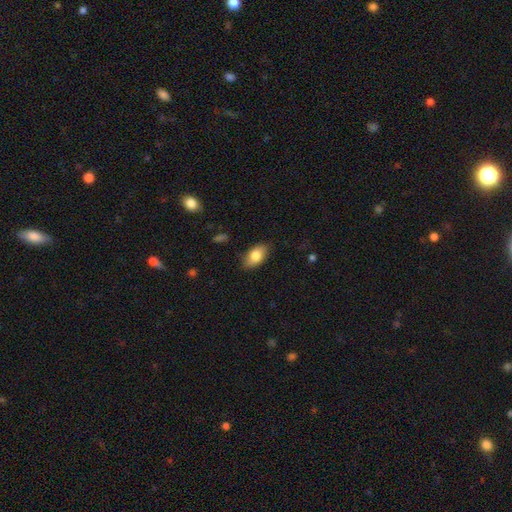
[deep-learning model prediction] Smooth or featured?
  - smooth: 81% *
  - featured or disk: 12%
  - star or artifact: 7%
How rounded?
  - in between: 92% *
  - round: 6%
  - cigar-shaped: 2%
Merging?
  - none: 85% *
  - minor disturbance: 12%
  - major disturbance: 3%
  - merger: 1%